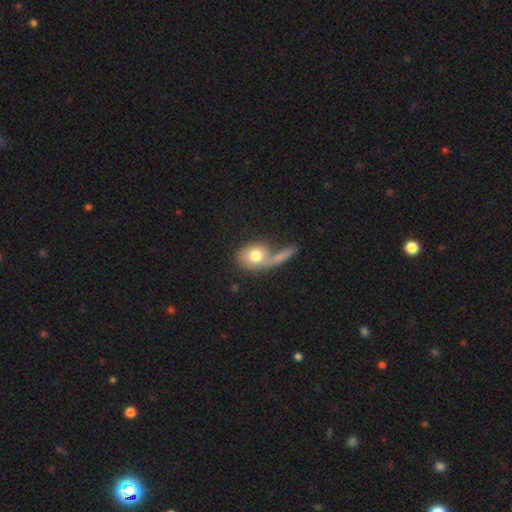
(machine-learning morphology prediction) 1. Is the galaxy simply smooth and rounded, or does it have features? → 72% smooth, 21% featured or disk, 7% star or artifact.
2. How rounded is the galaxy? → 49% in between, 47% round, 3% cigar-shaped.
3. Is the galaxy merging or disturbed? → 38% merger, 34% none, 15% major disturbance, 13% minor disturbance.